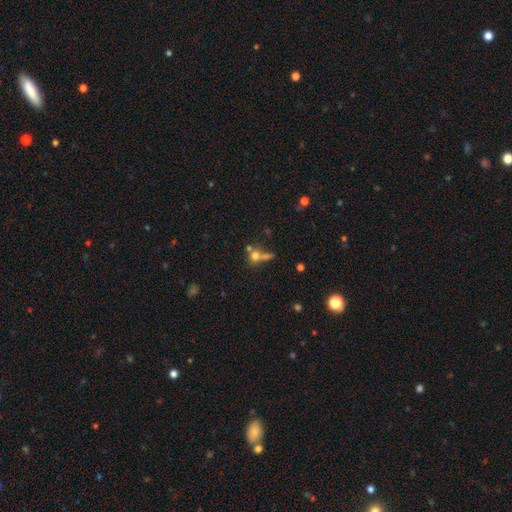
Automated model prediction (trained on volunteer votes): smooth_or_featured: smooth (p=0.59) [alt: featured or disk p=0.22]
how_rounded: round (p=0.71) [alt: in between p=0.21]
merging: none (p=0.38) [tied with: merger p=0.38]